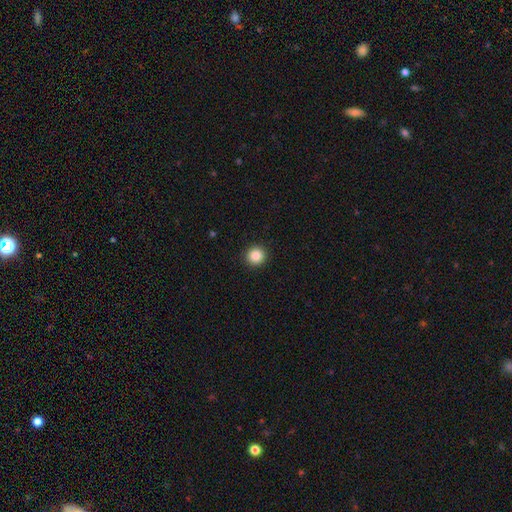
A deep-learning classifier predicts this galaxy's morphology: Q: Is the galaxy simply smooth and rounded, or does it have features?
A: smooth — 87%.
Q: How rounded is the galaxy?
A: round — 94%.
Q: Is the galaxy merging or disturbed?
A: none — 93%.